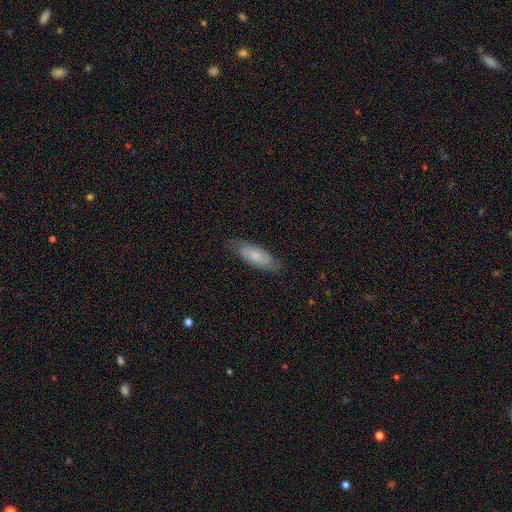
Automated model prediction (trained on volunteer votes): Morphology: type=smooth (56%); roundness=in between (65%); merging=none (76%).